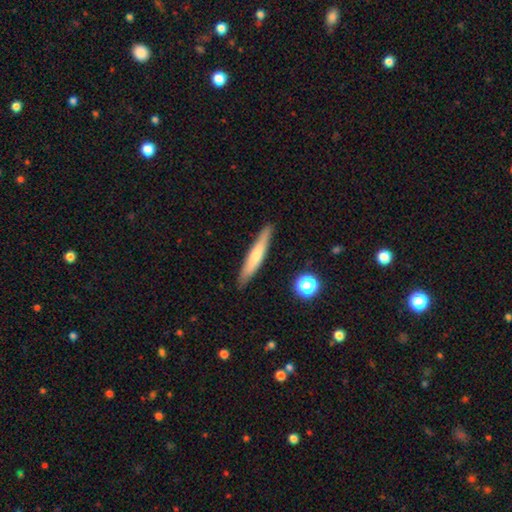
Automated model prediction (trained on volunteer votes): Q: Smooth or featured?
A: smooth (61%); runner-up: featured or disk (33%)
Q: How rounded?
A: cigar-shaped (93%); runner-up: in between (6%)
Q: Merging?
A: none (88%); runner-up: minor disturbance (9%)